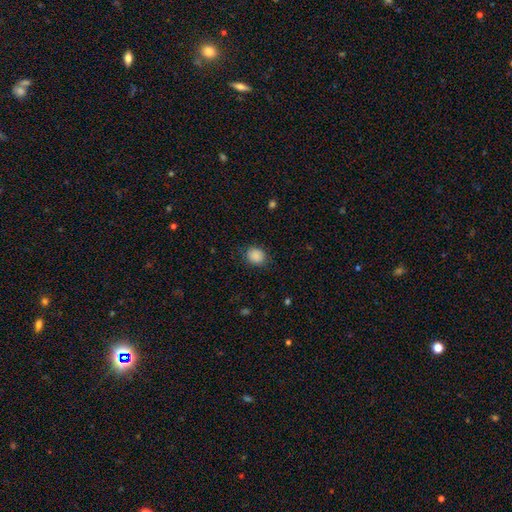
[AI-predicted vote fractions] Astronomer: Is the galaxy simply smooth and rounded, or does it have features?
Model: smooth — 88%.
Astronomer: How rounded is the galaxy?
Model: round — 64%.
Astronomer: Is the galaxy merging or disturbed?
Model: none — 83%.